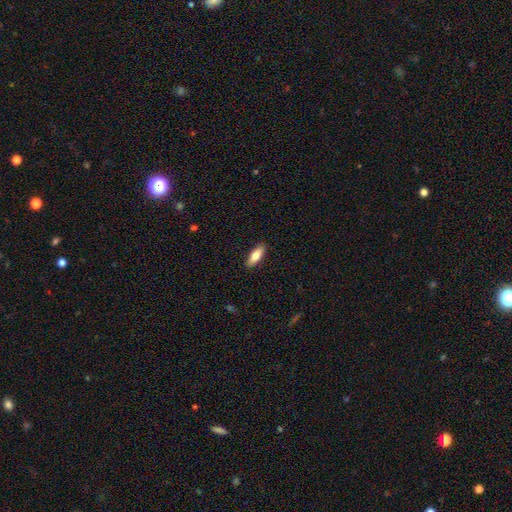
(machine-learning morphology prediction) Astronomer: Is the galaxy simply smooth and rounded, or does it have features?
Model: smooth — 78%.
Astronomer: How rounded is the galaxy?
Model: in between — 70%.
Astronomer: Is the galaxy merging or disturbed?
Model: none — 90%.